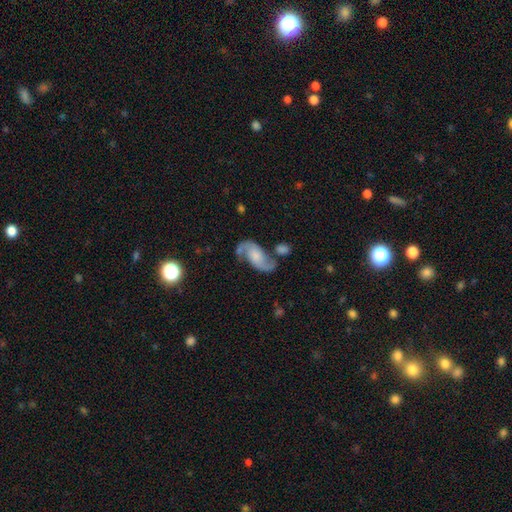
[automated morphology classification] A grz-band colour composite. It shows a featured or disk galaxy (85%) with no bar (62%), 2 (93%) loose (57%) spiral arms (96%) and a moderate central bulge (30%, tied with small). Merging: none (61%).